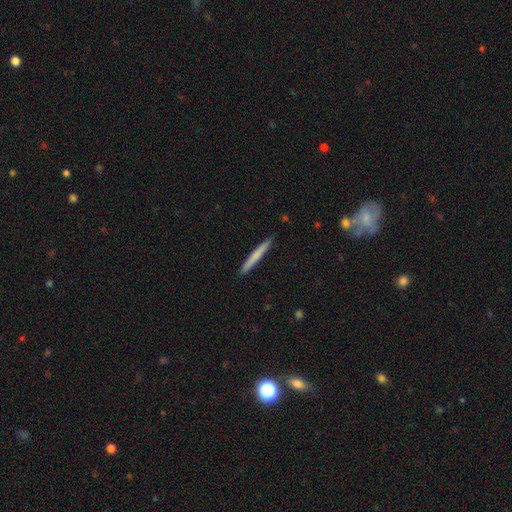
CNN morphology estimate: This appears to be a smooth galaxy with no disk features (66%) that is cigar-shaped (97%). Merging: none (91%).